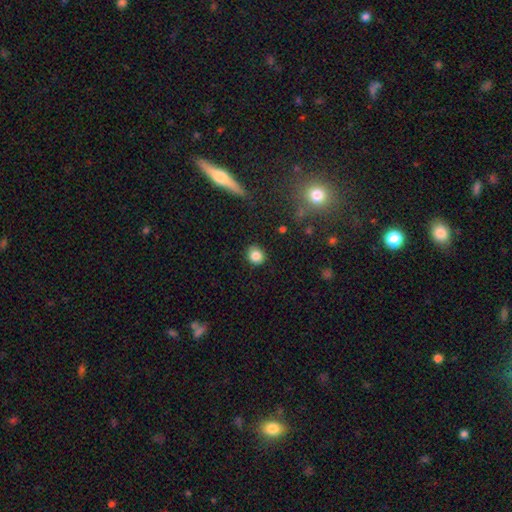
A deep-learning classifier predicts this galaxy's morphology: The model was most divided on "how rounded": round: 78%, in between: 21%, cigar-shaped: 1%. More confident: merging — none (87%); smooth or featured — smooth (85%).